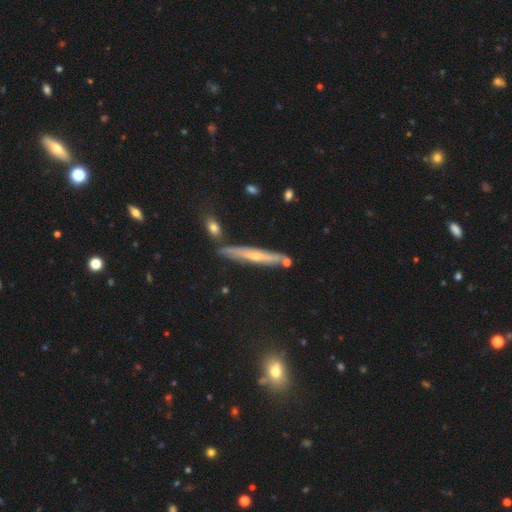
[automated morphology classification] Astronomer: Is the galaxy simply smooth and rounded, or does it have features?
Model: featured or disk — 65%.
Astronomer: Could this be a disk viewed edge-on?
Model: yes — 88%.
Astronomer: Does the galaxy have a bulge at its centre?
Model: rounded — 69%.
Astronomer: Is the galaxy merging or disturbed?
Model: none — 78%.